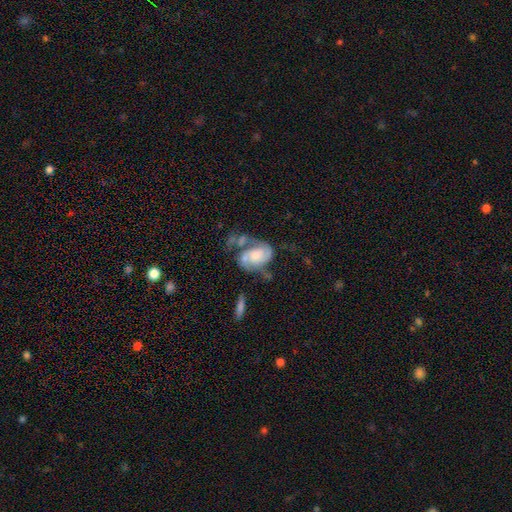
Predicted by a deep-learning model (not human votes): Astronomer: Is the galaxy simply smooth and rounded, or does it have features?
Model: featured or disk — 74%.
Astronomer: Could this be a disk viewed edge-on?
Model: no — 97%.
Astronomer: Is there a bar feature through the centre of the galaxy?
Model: no — 64%.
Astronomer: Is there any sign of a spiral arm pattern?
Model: yes — 88%.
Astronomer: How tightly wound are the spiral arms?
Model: medium — 48% (runner-up: tight, 27%).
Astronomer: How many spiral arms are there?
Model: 2 — 80%.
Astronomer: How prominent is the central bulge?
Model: moderate — 40% (runner-up: small, 24%).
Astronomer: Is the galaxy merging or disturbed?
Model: none — 32% (runner-up: major disturbance, 27%).